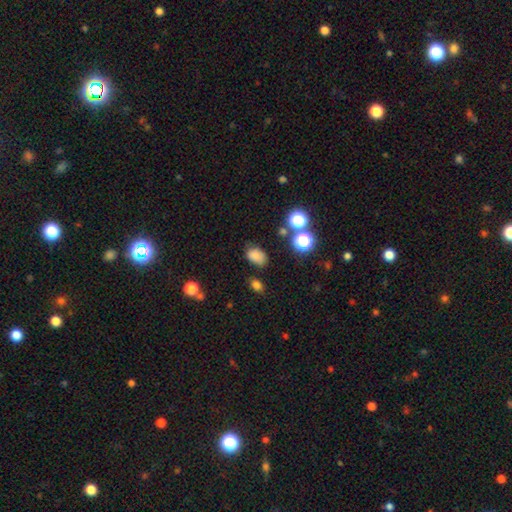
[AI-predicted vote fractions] Smooth or featured? smooth (78%)
How rounded? in between (80%)
Merging? none (70%)